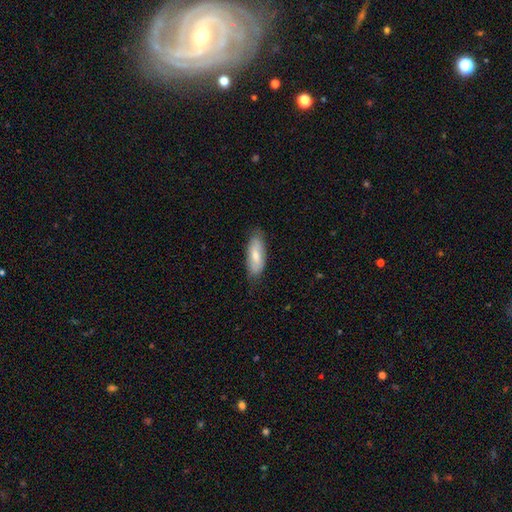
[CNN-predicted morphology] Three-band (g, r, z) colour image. It shows a smooth galaxy with no disk features (66%) that is in between round and cigar-shaped (78%). Merging: none (77%).